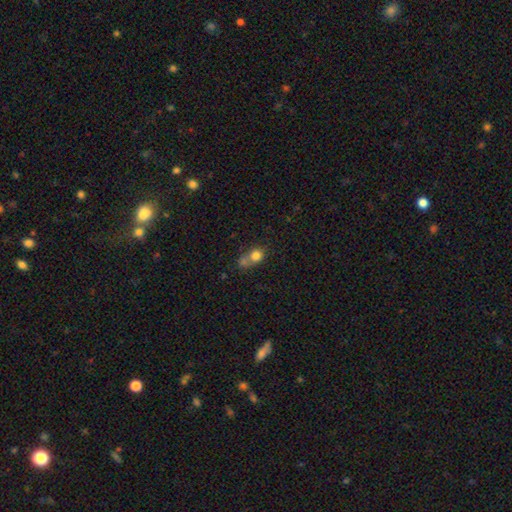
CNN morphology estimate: This appears to be a smooth galaxy with no disk features (77%) that is round (69%). Merging: merger (43%).